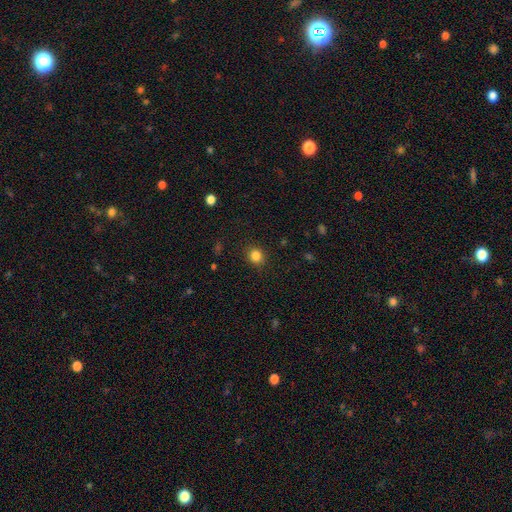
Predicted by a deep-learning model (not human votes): Smooth or featured? Predicted: smooth (p=0.84). How rounded? Predicted: round (p=0.82). Merging? Predicted: none (p=0.89).